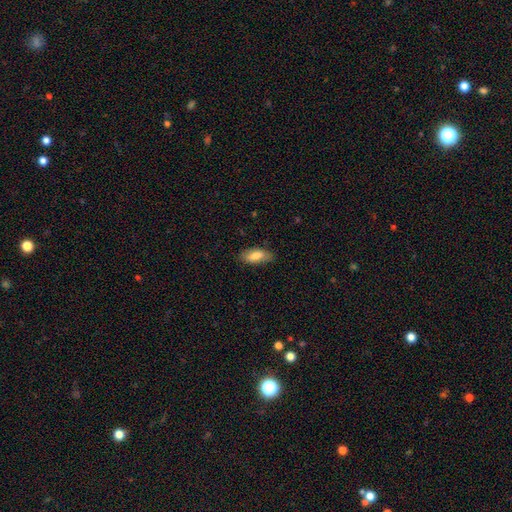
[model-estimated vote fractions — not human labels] This appears to be a smooth galaxy with no disk features (81%) that is in between round and cigar-shaped (82%). Merging: none (79%).